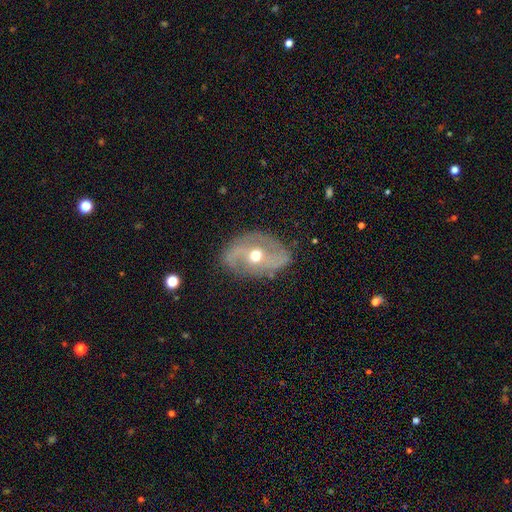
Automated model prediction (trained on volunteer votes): The model was most divided on "spiral winding": medium: 42%, loose: 32%, tight: 25%. More confident: edge-on disk — no (95%); spiral arm count — 2 (80%); smooth or featured — featured or disk (79%); spiral arms — yes (78%); bulge size — moderate (78%); merging — none (76%); bar — no (58%).